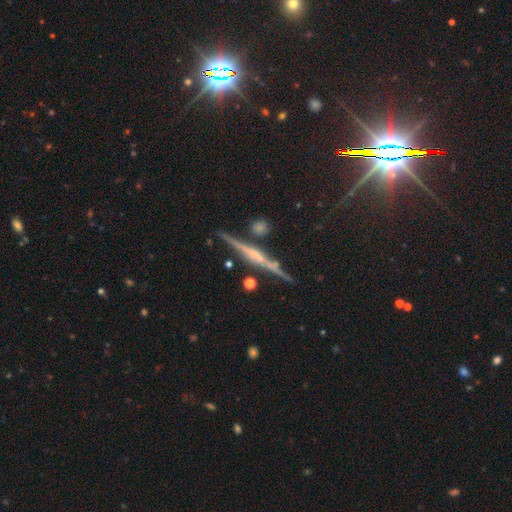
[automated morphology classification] Q: Smooth or featured?
A: featured or disk (74%); runner-up: smooth (15%)
Q: Edge-on disk?
A: yes (97%); runner-up: no (3%)
Q: Edge-on bulge?
A: rounded (48%); runner-up: none (29%)
Q: Merging?
A: none (83%); runner-up: minor disturbance (10%)